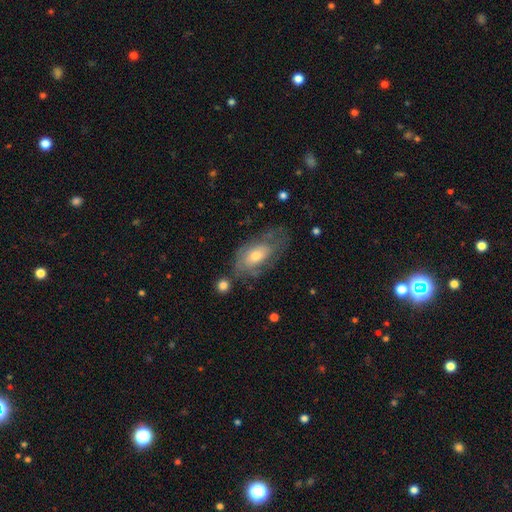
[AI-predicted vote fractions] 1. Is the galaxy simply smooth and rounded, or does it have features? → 59% featured or disk, 34% smooth, 7% star or artifact.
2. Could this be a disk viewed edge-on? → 90% no, 10% yes.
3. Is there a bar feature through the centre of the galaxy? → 77% no, 20% weak, 4% strong.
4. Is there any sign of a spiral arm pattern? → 68% yes, 32% no.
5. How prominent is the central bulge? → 62% moderate, 26% small, 9% large, 2% none, 1% dominant.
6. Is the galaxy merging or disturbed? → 52% none, 26% minor disturbance, 18% major disturbance, 4% merger.